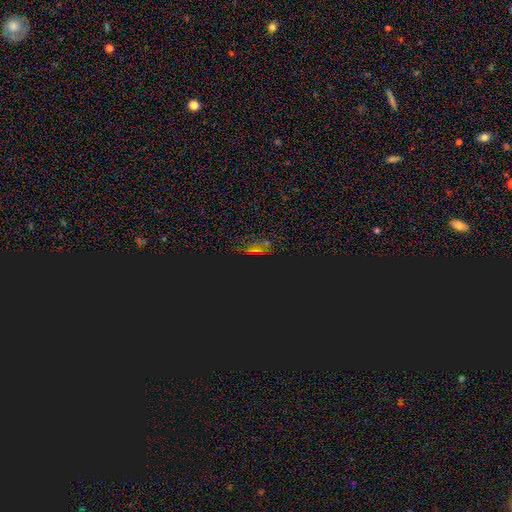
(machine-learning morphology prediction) Smooth or featured? Predicted: star or artifact (p=0.71).